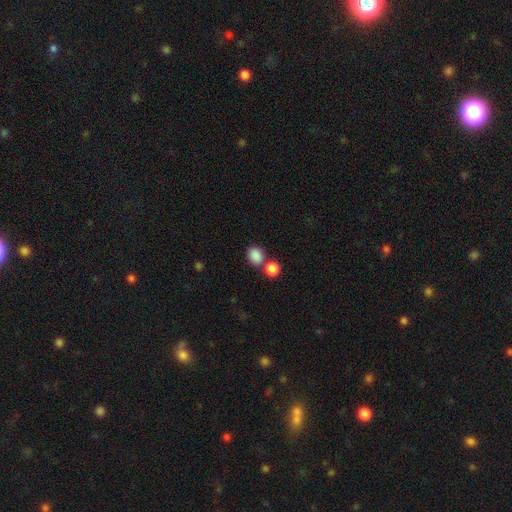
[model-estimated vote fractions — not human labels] Q: Smooth or featured?
A: smooth (86%); runner-up: star or artifact (10%)
Q: How rounded?
A: round (67%); runner-up: in between (32%)
Q: Merging?
A: none (59%); runner-up: merger (28%)